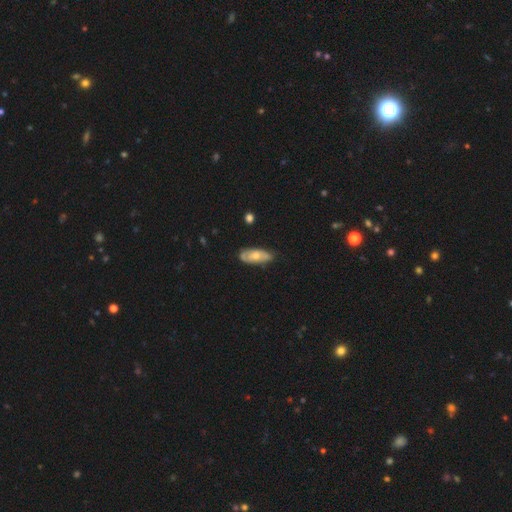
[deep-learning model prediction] Smooth or featured?
  - smooth: 48% *
  - featured or disk: 46%
  - star or artifact: 6%
Merging?
  - none: 67% *
  - minor disturbance: 26%
  - major disturbance: 5%
  - merger: 2%